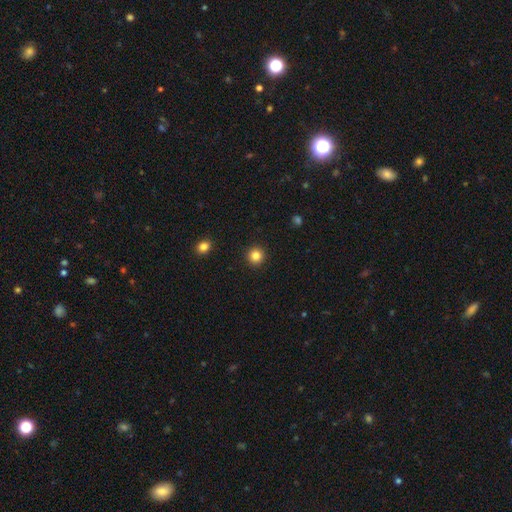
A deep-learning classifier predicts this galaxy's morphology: Smooth or featured? smooth (84%)
How rounded? round (95%)
Merging? none (93%)